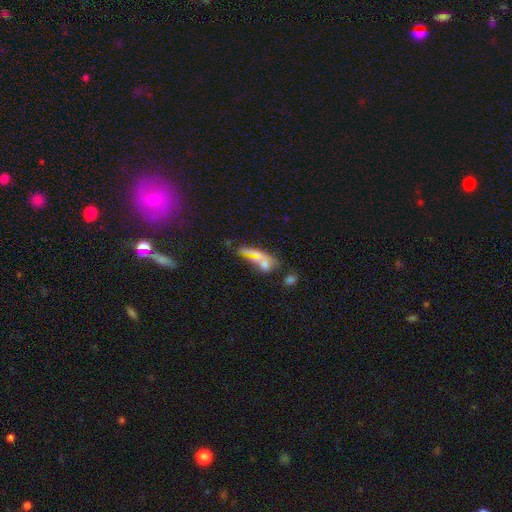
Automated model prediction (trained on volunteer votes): Overall: smooth (45%; featured or disk 34%). Merging: none (40%; merger 32%).